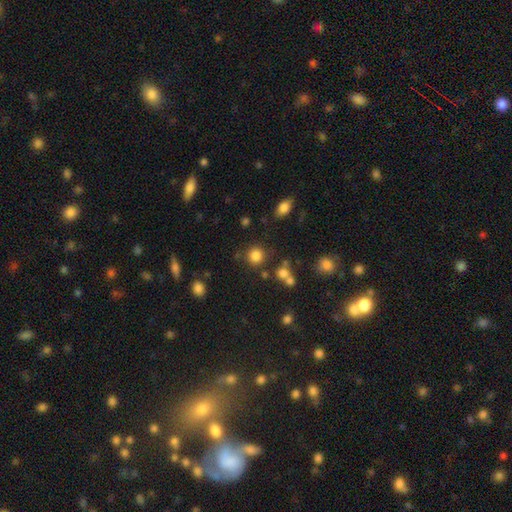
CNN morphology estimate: smooth 82%, star or artifact 13%, featured or disk 5%. Down the decision tree: how rounded — round (91%); merging — none (82%).